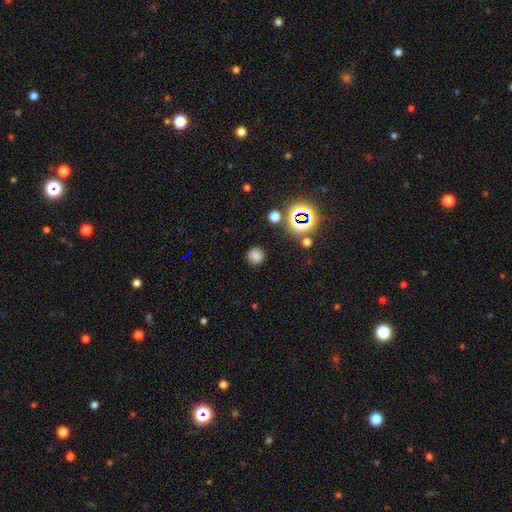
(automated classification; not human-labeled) The model was most divided on "smooth or featured": smooth: 75%, star or artifact: 20%, featured or disk: 6%. More confident: how rounded — round (89%); merging — none (86%).